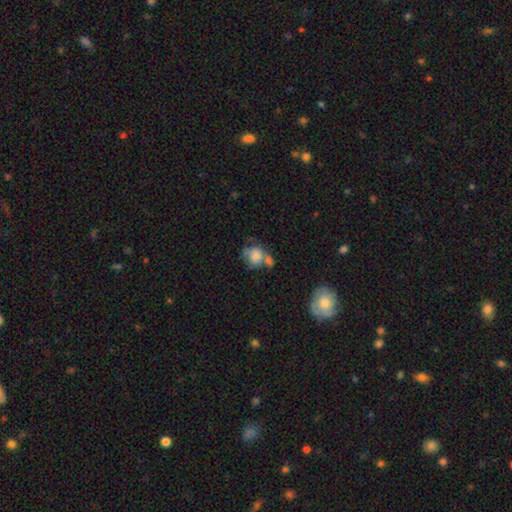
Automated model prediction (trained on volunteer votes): A smooth galaxy with no disk features (72%) that is round (59%).

Vote fractions:
- Smooth or featured? smooth: 72% / featured or disk: 20% / star or artifact: 8%
- How rounded? round: 59% / in between: 40% / cigar-shaped: 1%
- Merging? merger: 44% / none: 27% / minor disturbance: 17% / major disturbance: 13%